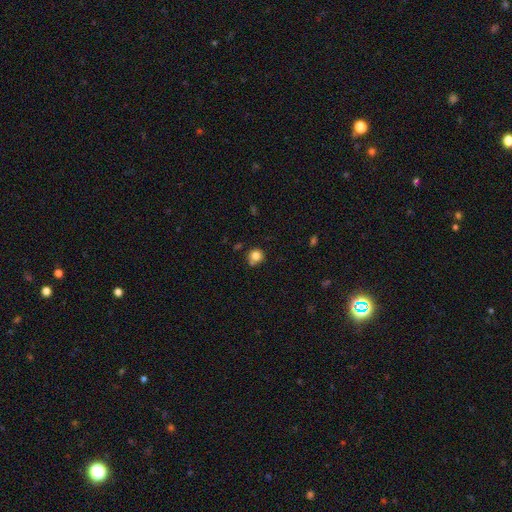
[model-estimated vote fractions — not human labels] Smooth or featured?
  - smooth: 80% *
  - star or artifact: 11%
  - featured or disk: 8%
How rounded?
  - round: 89% *
  - in between: 10%
  - cigar-shaped: 1%
Merging?
  - none: 68% *
  - minor disturbance: 16%
  - merger: 11%
  - major disturbance: 4%